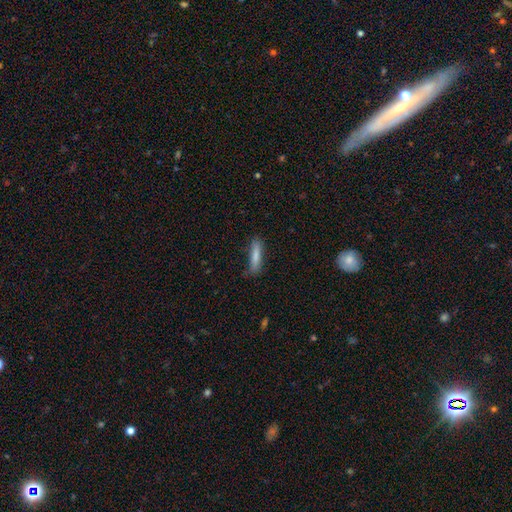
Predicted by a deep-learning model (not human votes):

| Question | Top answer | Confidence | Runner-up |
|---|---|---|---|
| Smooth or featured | smooth | 80% | featured or disk (14%) |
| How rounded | cigar-shaped | 81% | in between (17%) |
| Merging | none | 75% | minor disturbance (19%) |